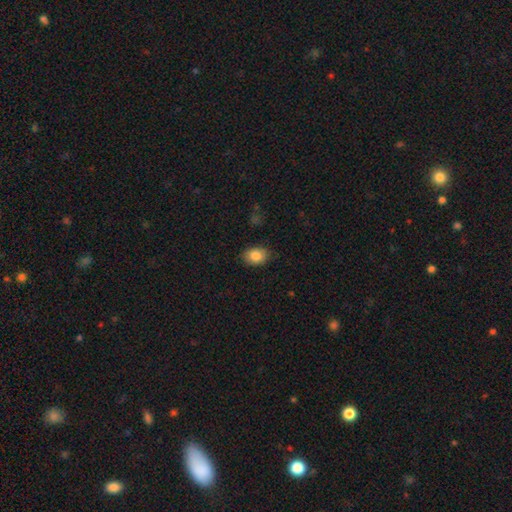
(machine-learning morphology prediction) Smooth or featured: smooth — 85% (star or artifact — 8%)
How rounded: in between — 76% (round — 23%)
Merging: none — 83% (minor disturbance — 13%)